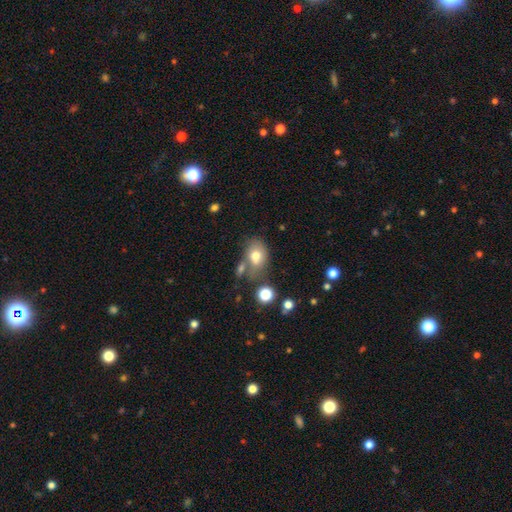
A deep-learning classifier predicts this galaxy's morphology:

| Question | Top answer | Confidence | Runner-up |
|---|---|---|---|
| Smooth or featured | smooth | 72% | featured or disk (18%) |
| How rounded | in between | 75% | round (24%) |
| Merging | none | 44% | merger (28%) |